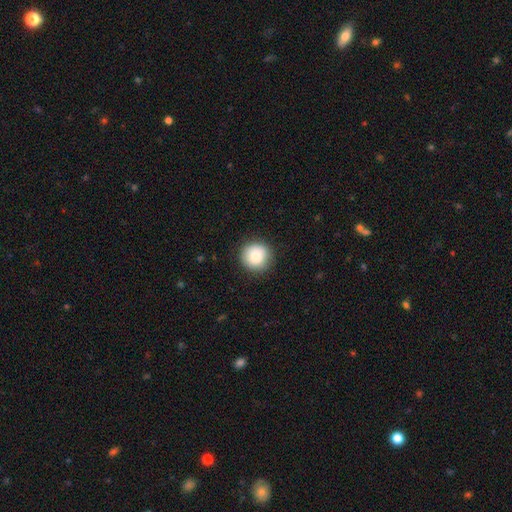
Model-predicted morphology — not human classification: smooth-or-featured: smooth: 86% | star or artifact: 8% | featured or disk: 6%
  how-rounded: round: 94% | in between: 5% | cigar-shaped: 1%
  merging: none: 89% | minor disturbance: 8% | major disturbance: 2% | merger: 1%